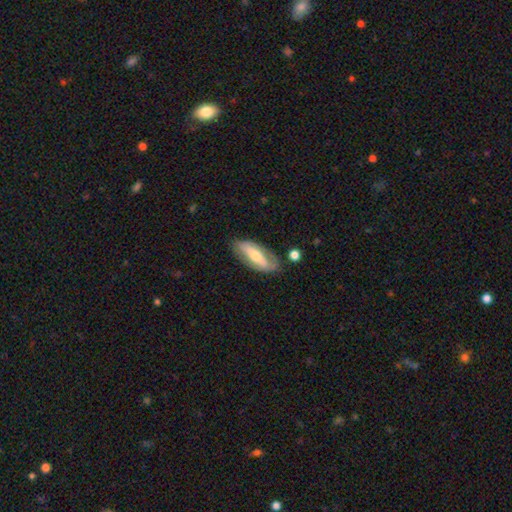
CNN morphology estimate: featured or disk 54%, smooth 40%, star or artifact 6%. Down the decision tree: edge-on disk — no (77%); merging — none (71%).